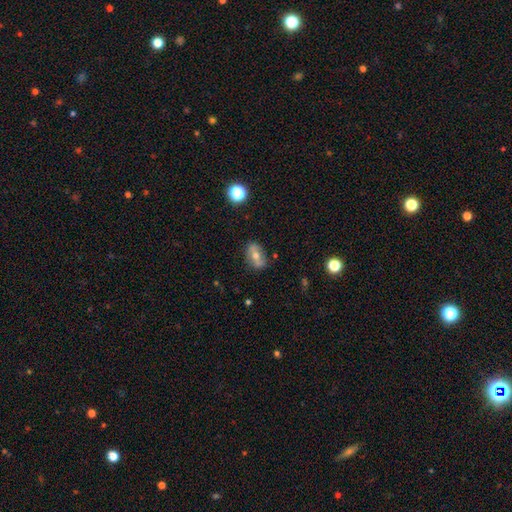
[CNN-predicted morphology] A smooth galaxy with no disk features (49%).

Vote fractions:
- Smooth or featured? smooth: 49% / featured or disk: 40% / star or artifact: 10%
- Merging? none: 75% / minor disturbance: 18% / major disturbance: 5% / merger: 3%